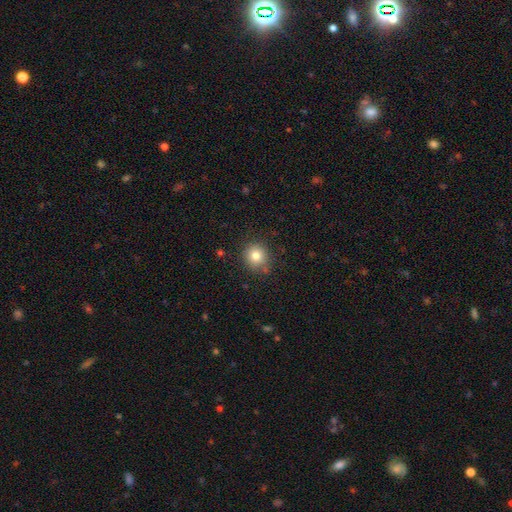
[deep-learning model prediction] A smooth galaxy with no disk features (80%) that is round (88%). Merging: none (84%).